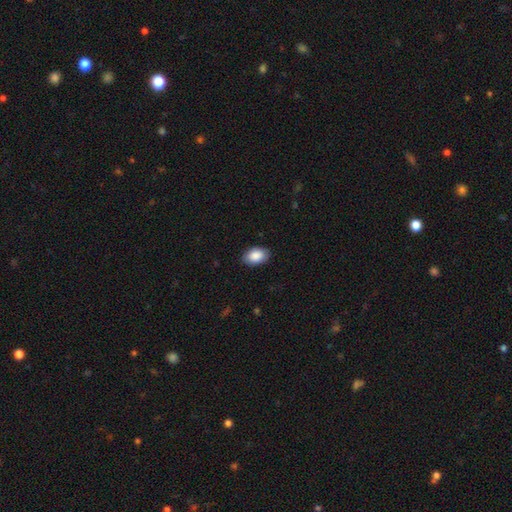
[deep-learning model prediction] The model was most divided on "merging": none: 87%, minor disturbance: 10%, major disturbance: 2%, merger: 1%. More confident: how rounded — in between (90%); smooth or featured — smooth (88%).